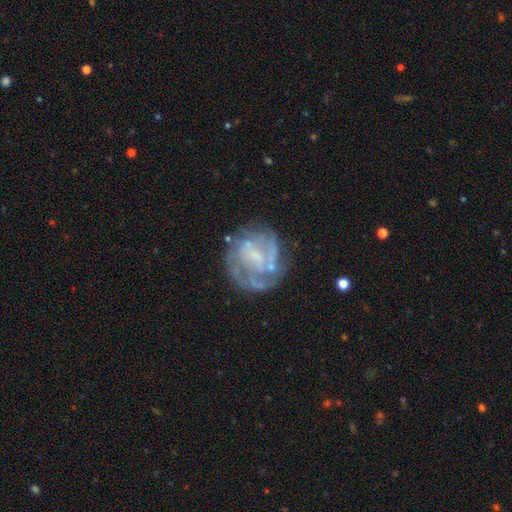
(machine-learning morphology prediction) Smooth or featured? featured or disk (76%)
Edge-on disk? no (98%)
Bar? no (43%, tied with weak)
Spiral arms? yes (69%)
Spiral winding? tight (53%)
Spiral arm count? can't tell (46%)
Bulge size? none (40%)
Merging? none (63%)